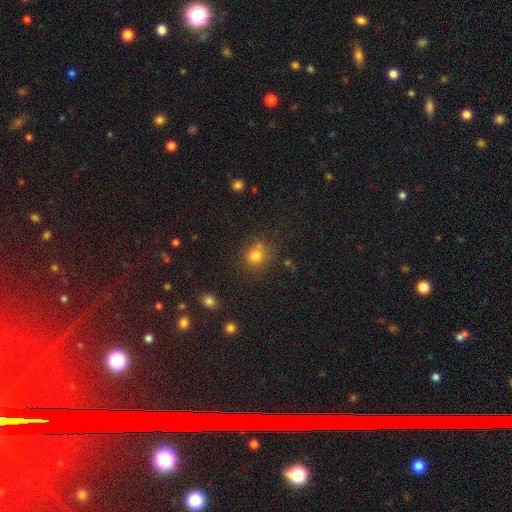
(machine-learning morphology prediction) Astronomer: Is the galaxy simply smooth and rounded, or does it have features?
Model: smooth — 77%.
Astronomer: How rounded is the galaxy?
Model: round — 80%.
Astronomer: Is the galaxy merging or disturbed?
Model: none — 65%.